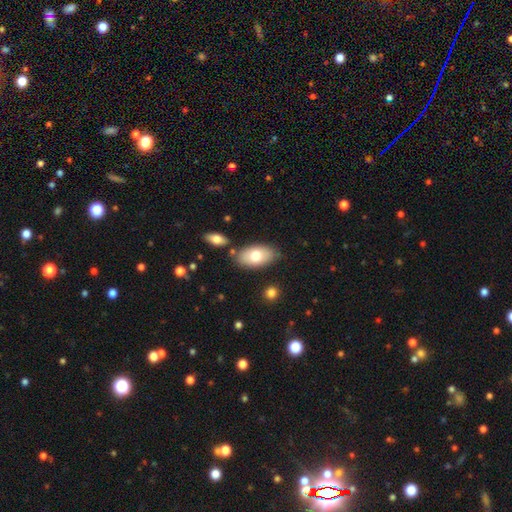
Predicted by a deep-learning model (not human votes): smooth-or-featured: smooth: 73% | featured or disk: 20% | star or artifact: 7%
  how-rounded: in between: 93% | round: 5% | cigar-shaped: 2%
  merging: none: 77% | minor disturbance: 13% | merger: 7% | major disturbance: 3%